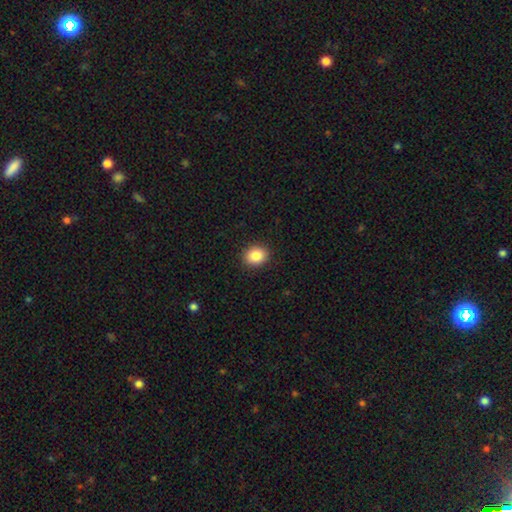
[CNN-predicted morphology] Smooth or featured? smooth (86%)
How rounded? round (61%)
Merging? none (90%)